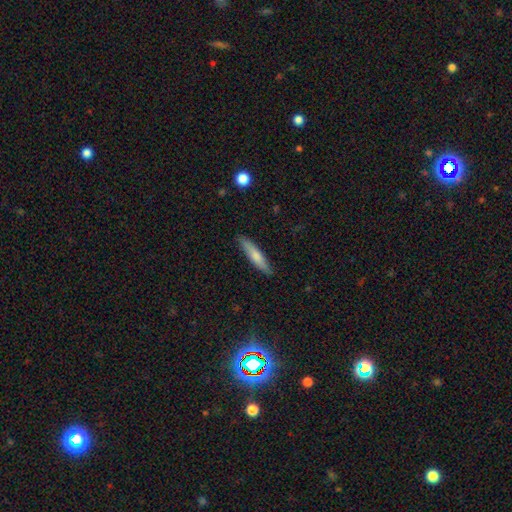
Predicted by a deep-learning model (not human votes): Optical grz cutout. It shows a smooth galaxy with no disk features (71%) that is cigar-shaped (85%). Merging: none (87%).